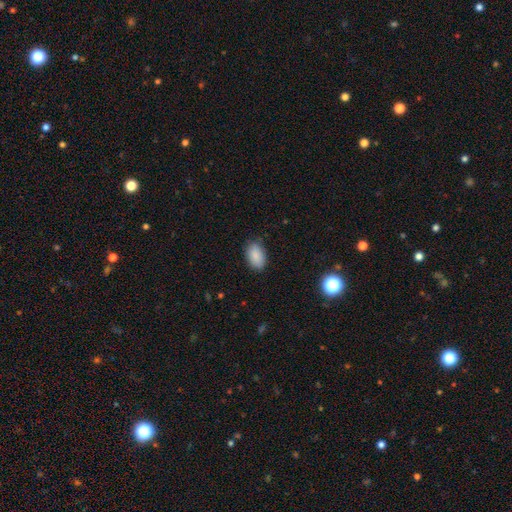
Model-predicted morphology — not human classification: A smooth galaxy with no disk features (88%) that is in between round and cigar-shaped (91%). Merging: none (81%).